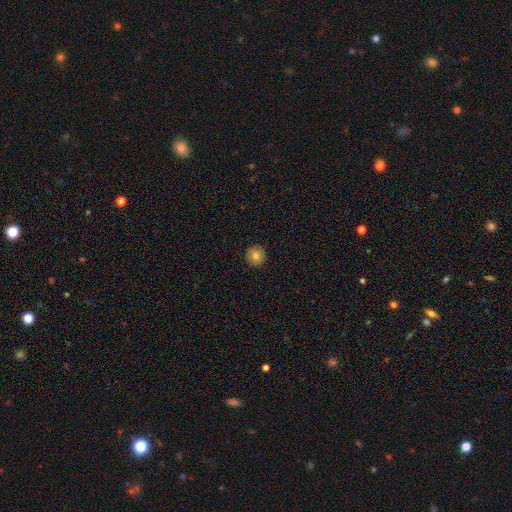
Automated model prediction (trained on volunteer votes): Smooth or featured? Predicted: smooth (p=0.80). How rounded? Predicted: round (p=0.94). Merging? Predicted: none (p=0.91).